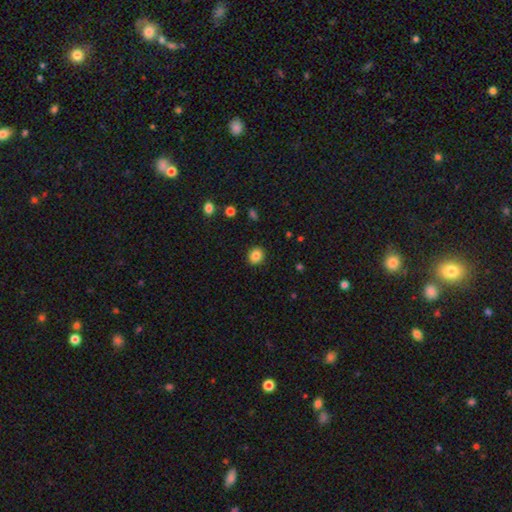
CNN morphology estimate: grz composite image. It shows a smooth galaxy with no disk features (85%) that is round (76%). Merging: none (91%).